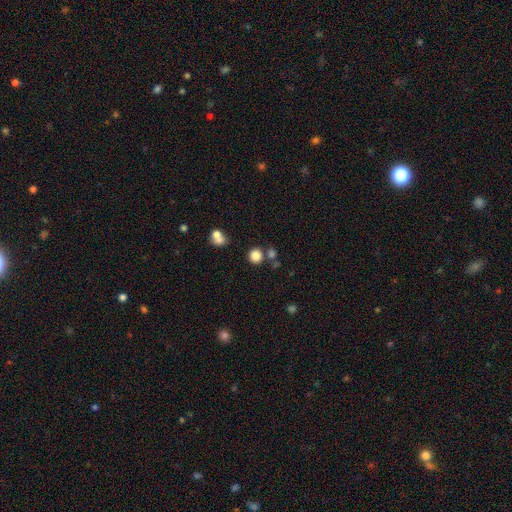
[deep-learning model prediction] smooth_or_featured: smooth (p=0.83) [alt: star or artifact p=0.12]
how_rounded: round (p=0.90) [alt: in between p=0.09]
merging: none (p=0.73) [alt: merger p=0.15]